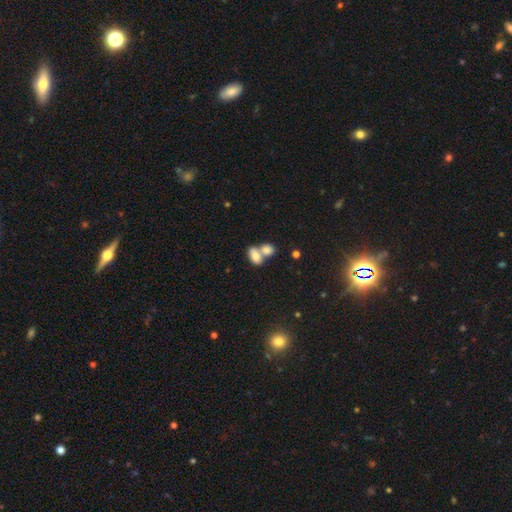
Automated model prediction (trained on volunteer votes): smooth 80%, featured or disk 12%, star or artifact 8%. Down the decision tree: how rounded — in between (87%); merging — merger (63%).